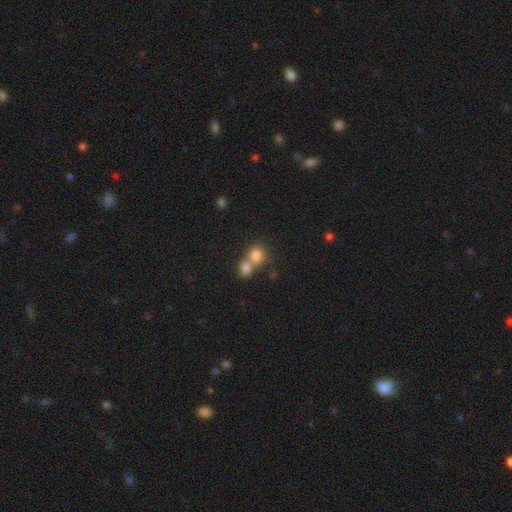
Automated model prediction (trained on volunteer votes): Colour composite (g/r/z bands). It shows a smooth galaxy with no disk features (80%) that is round (73%). Merging: merger (61%).